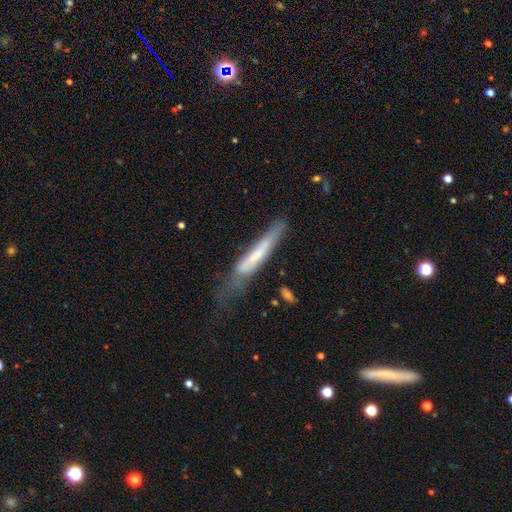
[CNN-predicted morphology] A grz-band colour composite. It shows a smooth galaxy with no disk features (48%). Merging: none (34%).